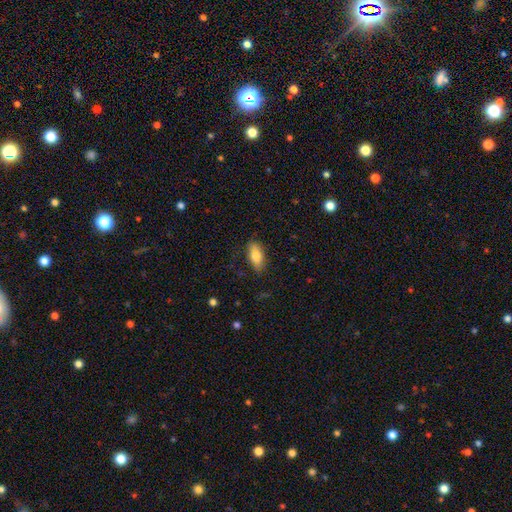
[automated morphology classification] Smooth or featured? smooth (81%)
How rounded? in between (85%)
Merging? none (81%)